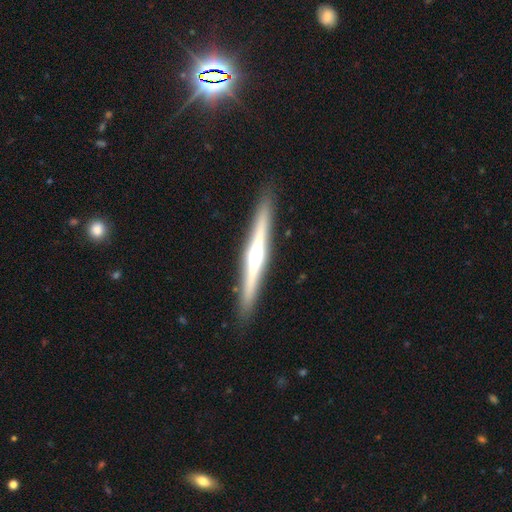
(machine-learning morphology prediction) This is likely a featured or disk galaxy (71%). It is clearly viewed edge-on (98%). Edge-on bulge: likely rounded (80%). Merging: clearly none (91%).